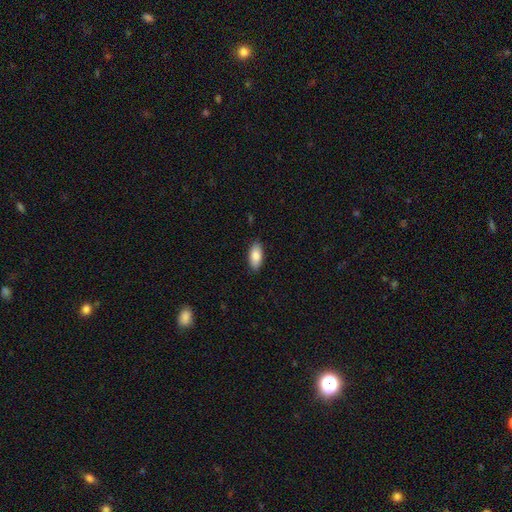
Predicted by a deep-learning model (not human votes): This appears to be a smooth galaxy with no disk features (87%) that is in between round and cigar-shaped (89%). Merging: none (87%).